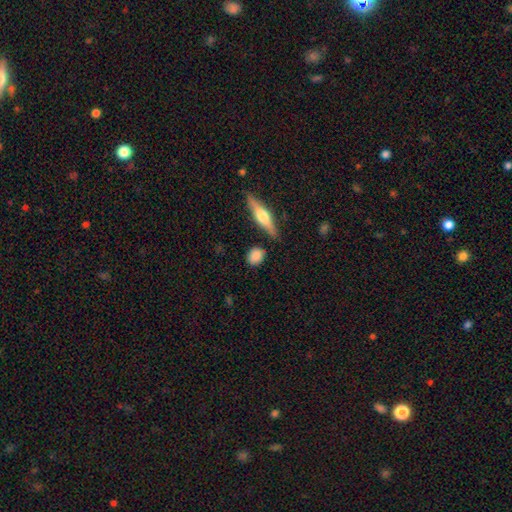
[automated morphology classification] smooth 81%, featured or disk 12%, star or artifact 7%. Down the decision tree: how rounded — round (50%); merging — none (81%).